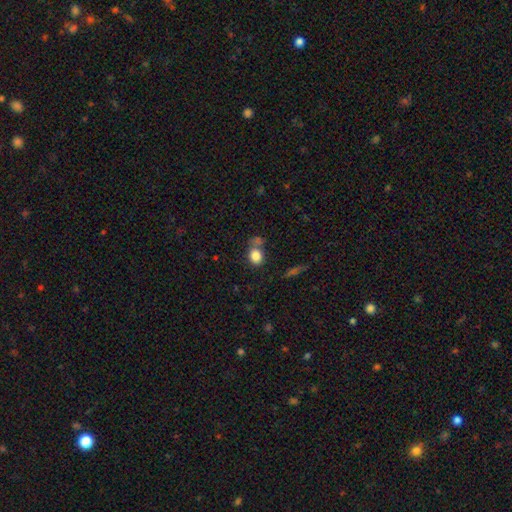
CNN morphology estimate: Q: Smooth or featured?
A: smooth (83%); runner-up: star or artifact (10%)
Q: How rounded?
A: round (55%); runner-up: in between (43%)
Q: Merging?
A: none (55%); runner-up: merger (22%)